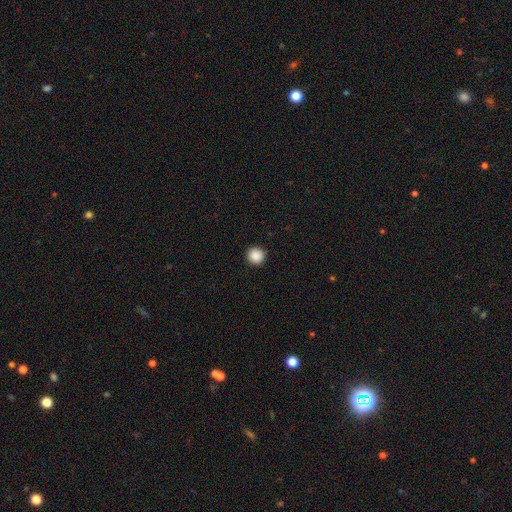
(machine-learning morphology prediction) Q: Smooth or featured?
A: smooth (89%); runner-up: star or artifact (9%)
Q: How rounded?
A: round (95%); runner-up: in between (4%)
Q: Merging?
A: none (93%); runner-up: minor disturbance (4%)